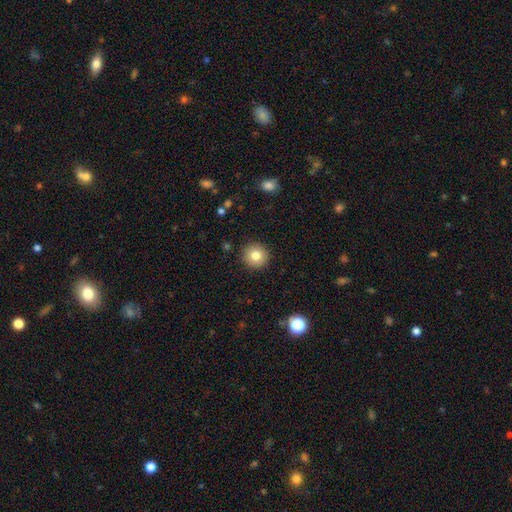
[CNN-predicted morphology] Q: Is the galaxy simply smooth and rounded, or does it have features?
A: smooth — 80%.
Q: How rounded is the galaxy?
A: round — 95%.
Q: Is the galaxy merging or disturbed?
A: none — 92%.